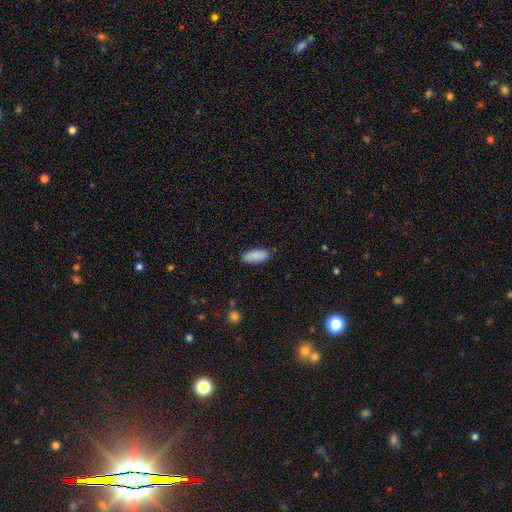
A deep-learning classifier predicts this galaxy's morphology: This is clearly a smooth galaxy (88%). How rounded: clearly in between (87%). Merging: clearly none (80%).